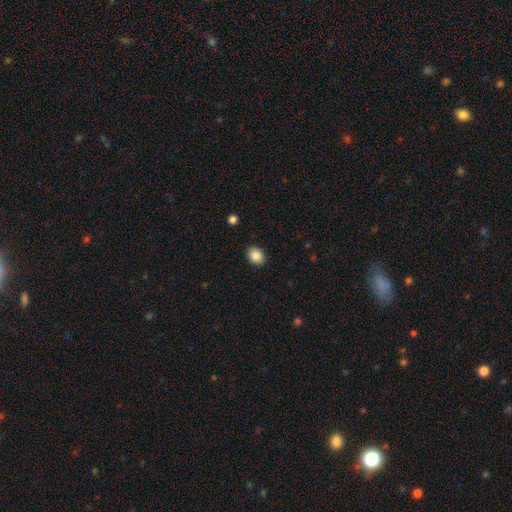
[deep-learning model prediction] Smooth or featured? Predicted: smooth (p=0.86). How rounded? Predicted: in between (p=0.61). Merging? Predicted: none (p=0.90).